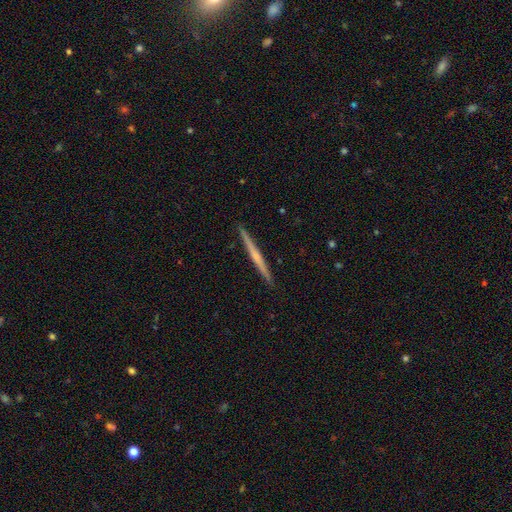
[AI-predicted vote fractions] The model was most divided on "smooth or featured": featured or disk: 61%, smooth: 34%, star or artifact: 5%. More confident: edge-on disk — yes (98%); merging — none (93%); edge-on bulge — none (63%).